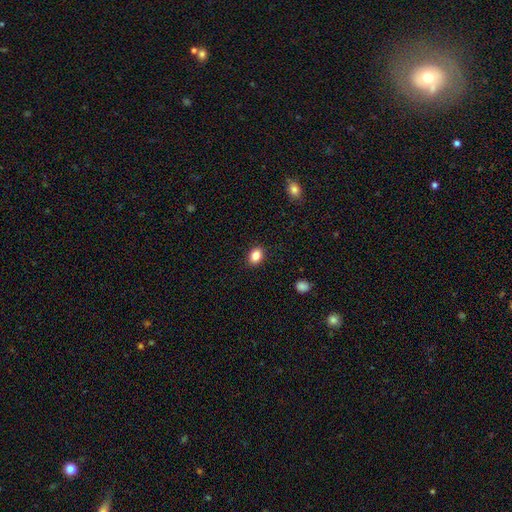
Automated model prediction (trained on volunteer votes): This is clearly a smooth galaxy (85%). How rounded: likely in between (69%). Merging: clearly none (89%).